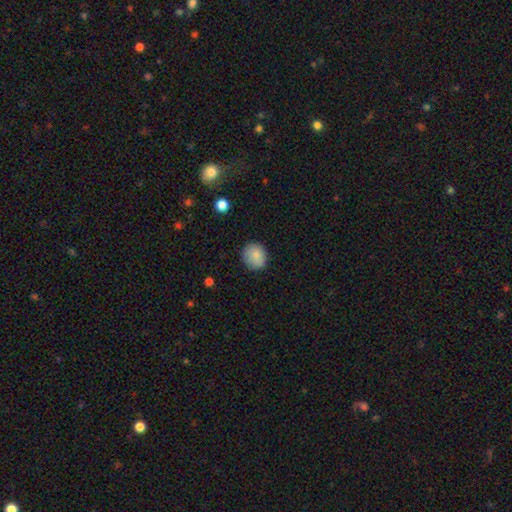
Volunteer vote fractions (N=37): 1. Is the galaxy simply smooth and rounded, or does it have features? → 92% smooth, 5% featured or disk, 3% star or artifact.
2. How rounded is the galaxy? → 68% round, 29% in between, 3% cigar-shaped.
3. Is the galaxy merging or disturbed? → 83% none, 14% minor disturbance, 3% major disturbance, 0% merger.